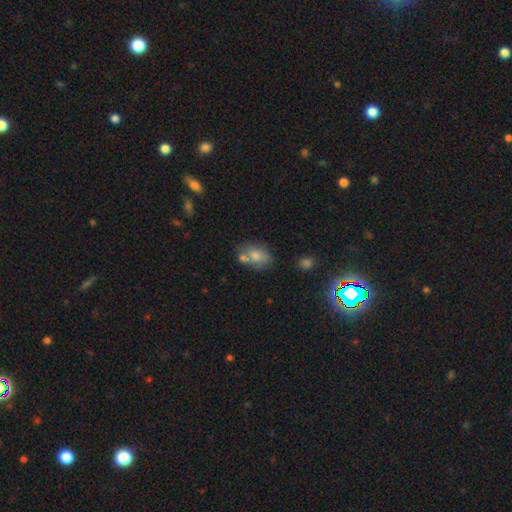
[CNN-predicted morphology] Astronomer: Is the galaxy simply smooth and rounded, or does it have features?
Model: smooth — 68%.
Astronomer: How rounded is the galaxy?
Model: in between — 78%.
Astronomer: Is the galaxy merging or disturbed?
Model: none — 55%.